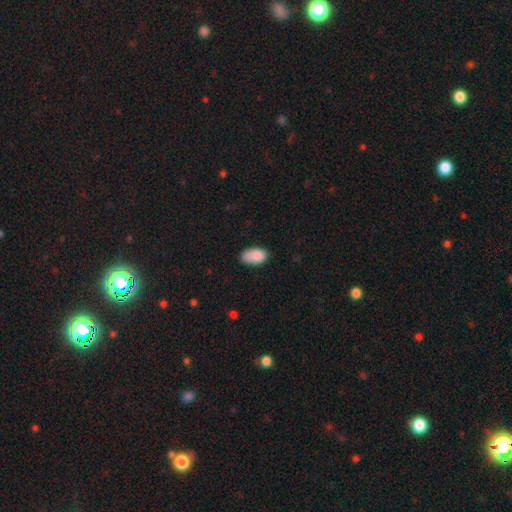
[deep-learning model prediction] smooth-or-featured: smooth: 86% | star or artifact: 8% | featured or disk: 6%
  how-rounded: in between: 92% | round: 6% | cigar-shaped: 2%
  merging: none: 62% | minor disturbance: 29% | major disturbance: 6% | merger: 3%